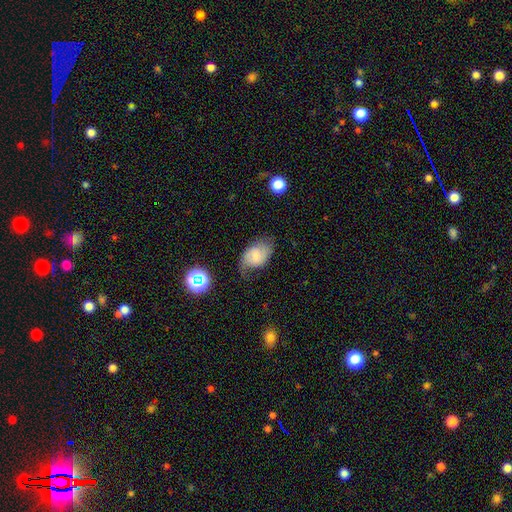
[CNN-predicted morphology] A smooth galaxy with no disk features (56%) that is in between round and cigar-shaped (83%).

Vote fractions:
- Smooth or featured? smooth: 56% / featured or disk: 33% / star or artifact: 11%
- How rounded? in between: 83% / round: 16% / cigar-shaped: 1%
- Merging? none: 55% / minor disturbance: 30% / major disturbance: 12% / merger: 2%